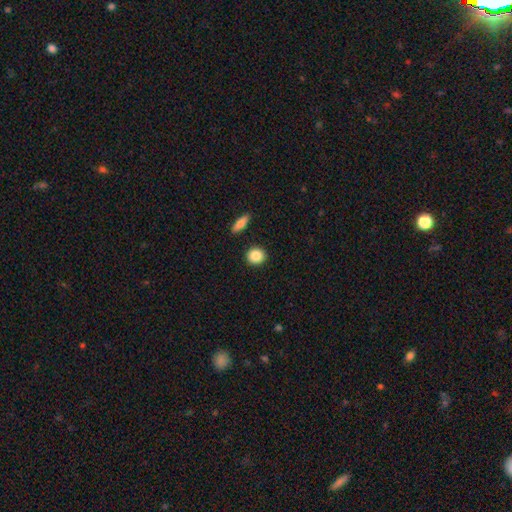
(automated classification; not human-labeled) Morphology: type=smooth (88%); roundness=round (81%); merging=none (90%).